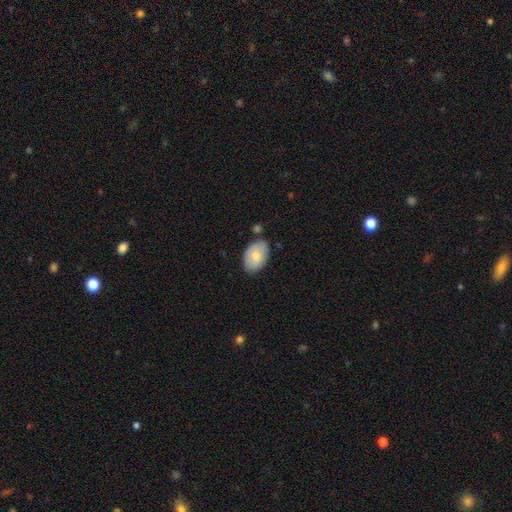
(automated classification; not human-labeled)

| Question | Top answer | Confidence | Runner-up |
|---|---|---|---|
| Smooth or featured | smooth | 75% | featured or disk (19%) |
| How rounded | in between | 90% | round (9%) |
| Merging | none | 77% | minor disturbance (15%) |